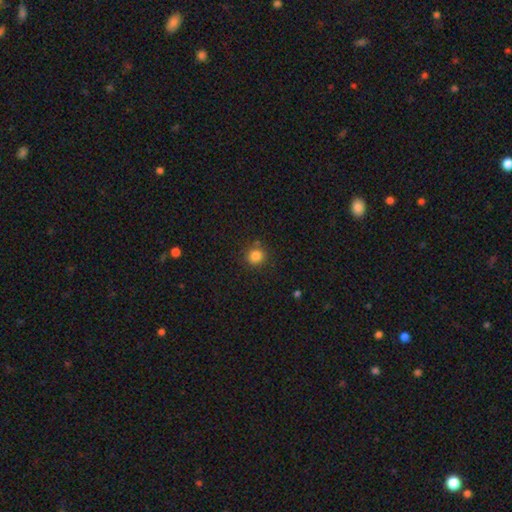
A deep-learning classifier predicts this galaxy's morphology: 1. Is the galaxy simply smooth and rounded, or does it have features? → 83% smooth, 12% star or artifact, 5% featured or disk.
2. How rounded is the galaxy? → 89% round, 10% in between, 1% cigar-shaped.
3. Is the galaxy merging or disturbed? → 83% none, 10% minor disturbance, 4% merger, 3% major disturbance.